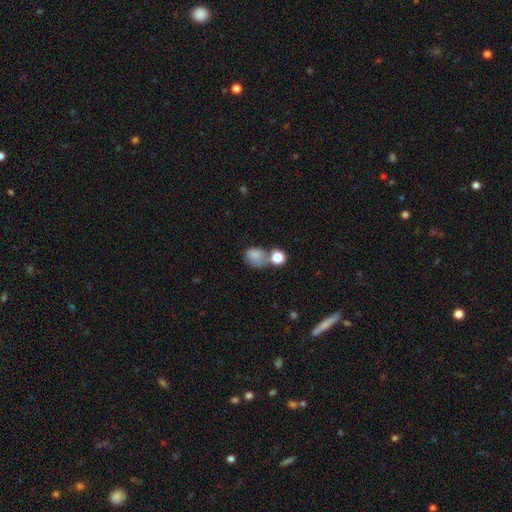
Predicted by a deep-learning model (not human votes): Smooth or featured?
  - smooth: 79% *
  - star or artifact: 11%
  - featured or disk: 10%
How rounded?
  - in between: 55% *
  - round: 43%
  - cigar-shaped: 1%
Merging?
  - none: 35% * (tied)
  - merger: 35% * (tied)
  - minor disturbance: 18%
  - major disturbance: 13%